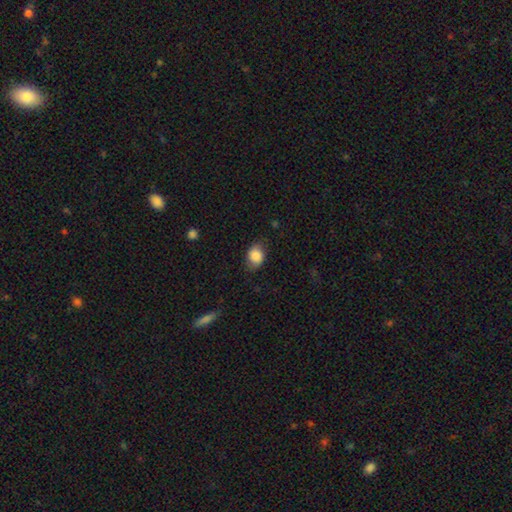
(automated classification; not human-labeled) A smooth galaxy with no disk features (84%) that is in between round and cigar-shaped (61%). Merging: none (70%).